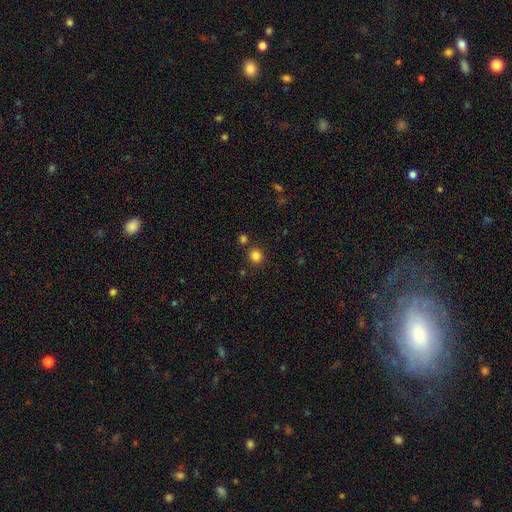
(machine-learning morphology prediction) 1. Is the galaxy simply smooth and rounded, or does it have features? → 82% smooth, 13% star or artifact, 4% featured or disk.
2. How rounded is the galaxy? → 90% round, 9% in between, 1% cigar-shaped.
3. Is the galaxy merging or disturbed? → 84% none, 7% merger, 7% minor disturbance, 2% major disturbance.